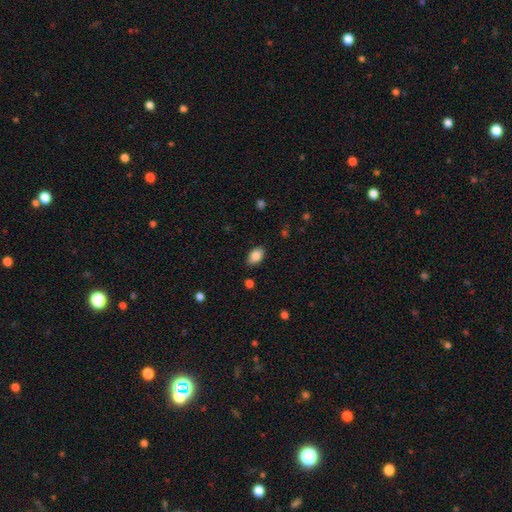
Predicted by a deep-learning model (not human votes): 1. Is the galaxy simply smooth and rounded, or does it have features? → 86% smooth, 8% star or artifact, 6% featured or disk.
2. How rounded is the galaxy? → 89% in between, 9% round, 1% cigar-shaped.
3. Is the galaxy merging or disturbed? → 85% none, 11% minor disturbance, 3% major disturbance, 1% merger.